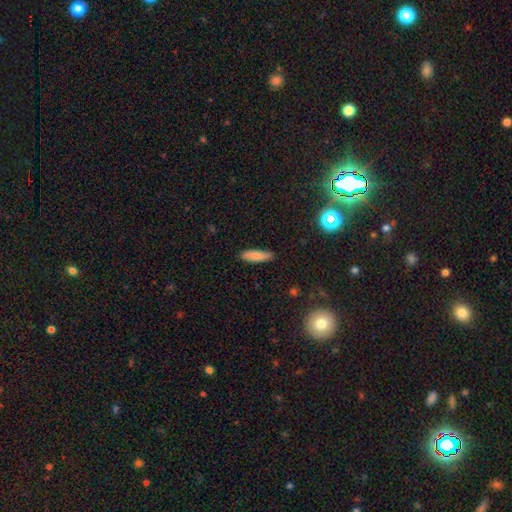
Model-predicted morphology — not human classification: A smooth galaxy with no disk features (82%) that is cigar-shaped (54%). Merging: none (86%).